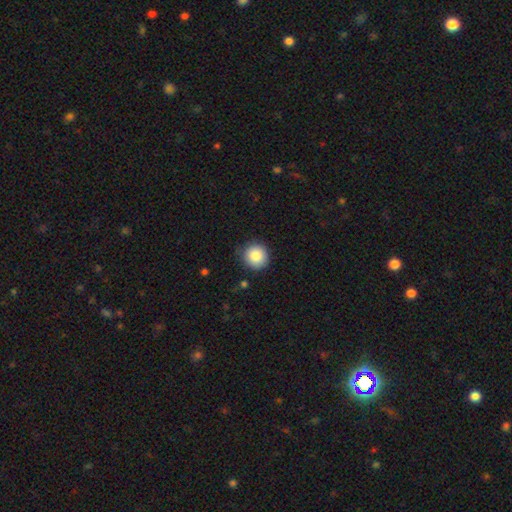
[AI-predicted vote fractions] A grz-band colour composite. It shows a smooth galaxy with no disk features (87%) that is round (94%). Merging: none (85%).